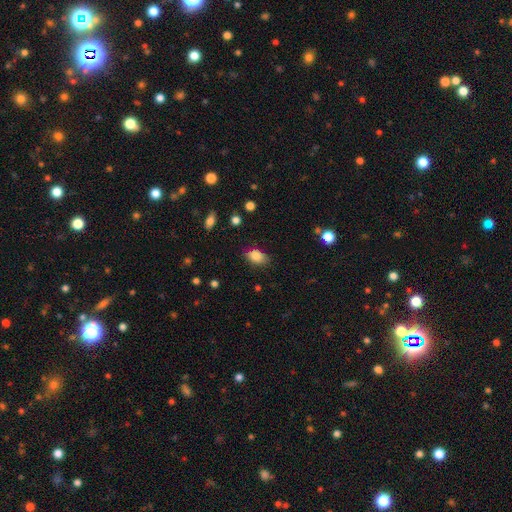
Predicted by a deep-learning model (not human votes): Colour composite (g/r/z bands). It shows a smooth galaxy with no disk features (83%) that is in between round and cigar-shaped (87%). Merging: none (77%).